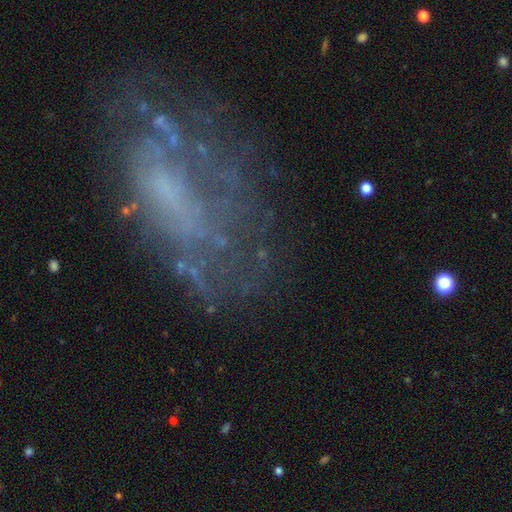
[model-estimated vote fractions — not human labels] Smooth or featured: featured or disk — 62% (smooth — 22%)
Edge-on disk: no — 94% (yes — 6%)
Bar: no — 74% (weak — 20%)
Spiral arms: no — 63% (yes — 37%)
Bulge size: none — 55% (small — 23%)
Merging: none — 52% (major disturbance — 24%)